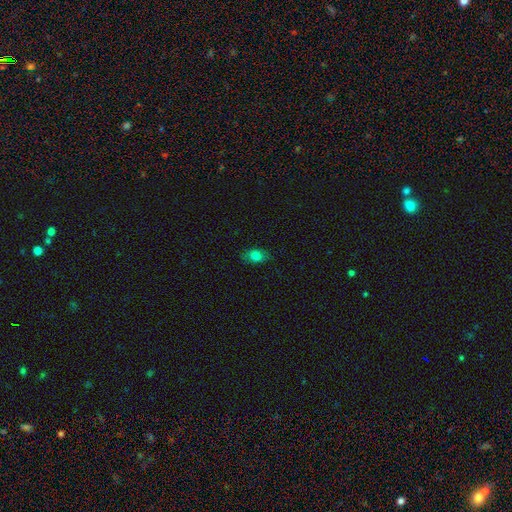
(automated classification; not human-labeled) A smooth galaxy with no disk features (79%) that is in between round and cigar-shaped (78%).

Vote fractions:
- Smooth or featured? smooth: 79% / star or artifact: 11% / featured or disk: 10%
- How rounded? in between: 78% / round: 19% / cigar-shaped: 3%
- Merging? none: 79% / minor disturbance: 16% / major disturbance: 3% / merger: 1%